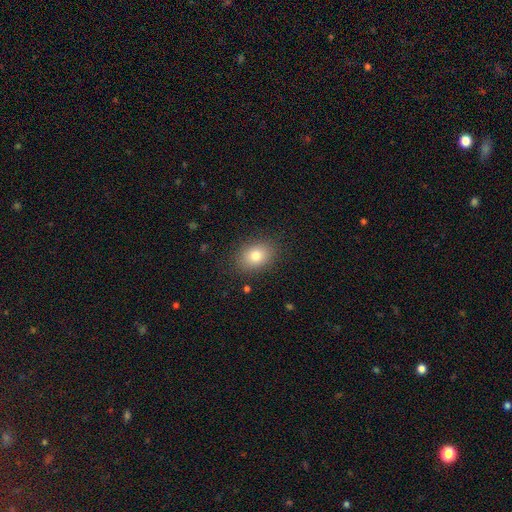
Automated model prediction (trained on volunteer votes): Morphology: type=smooth (80%); roundness=in between (63%); merging=none (85%).